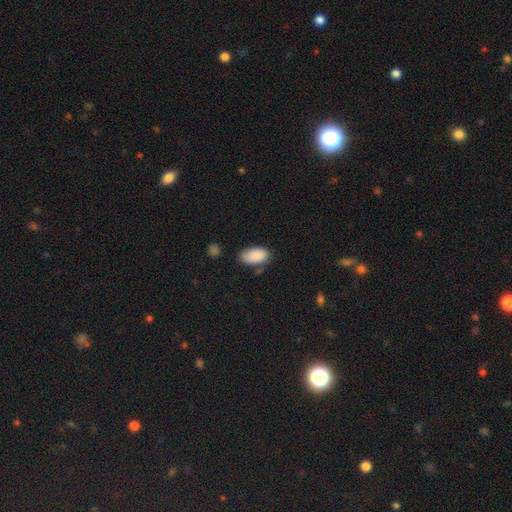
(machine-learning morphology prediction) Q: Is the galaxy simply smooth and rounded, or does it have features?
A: smooth — 89%.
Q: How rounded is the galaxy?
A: in between — 94%.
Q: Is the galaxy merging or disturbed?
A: none — 67%.